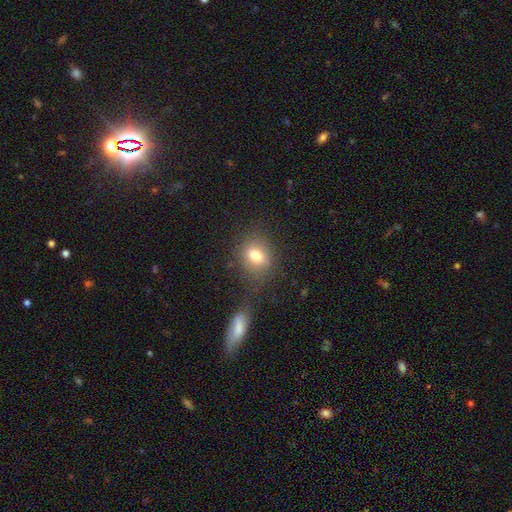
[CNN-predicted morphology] This is likely a smooth galaxy (77%). How rounded: possibly in between (50%). Merging: likely none (71%).